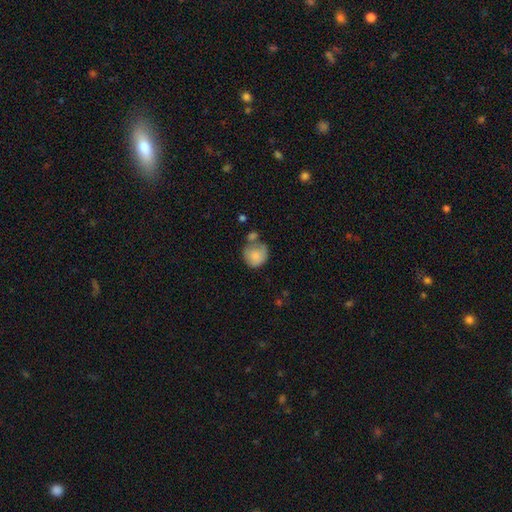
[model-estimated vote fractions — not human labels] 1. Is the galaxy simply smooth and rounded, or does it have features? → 81% smooth, 12% featured or disk, 7% star or artifact.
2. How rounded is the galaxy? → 83% round, 16% in between, 1% cigar-shaped.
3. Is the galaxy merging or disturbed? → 46% none, 23% minor disturbance, 22% merger, 9% major disturbance.